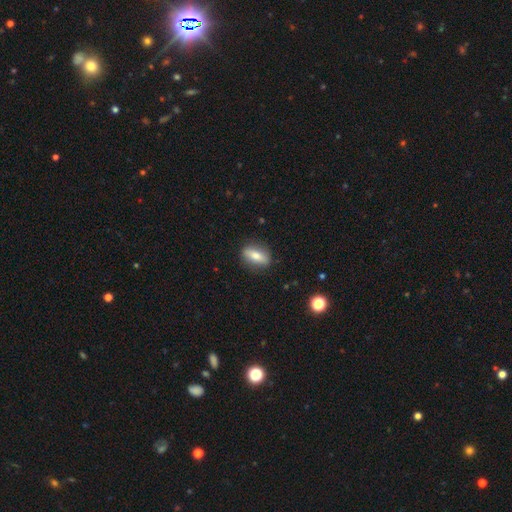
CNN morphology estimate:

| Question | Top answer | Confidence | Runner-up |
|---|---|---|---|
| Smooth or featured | smooth | 62% | featured or disk (31%) |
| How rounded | in between | 68% | cigar-shaped (22%) |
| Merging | none | 85% | minor disturbance (11%) |